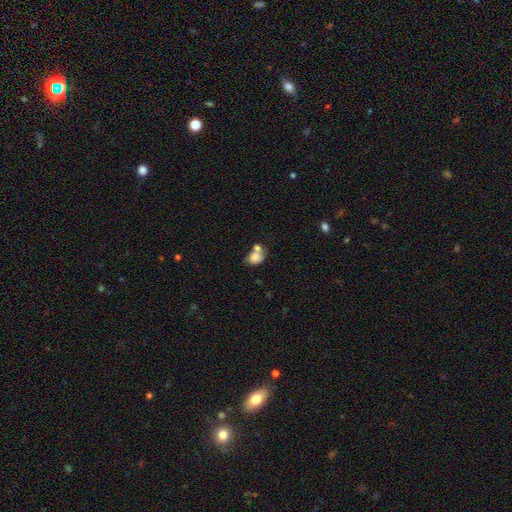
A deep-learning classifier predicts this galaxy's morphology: smooth-or-featured: smooth: 79% | featured or disk: 12% | star or artifact: 9%
  how-rounded: in between: 61% | round: 37% | cigar-shaped: 1%
  merging: merger: 48% | none: 30% | minor disturbance: 14% | major disturbance: 8%